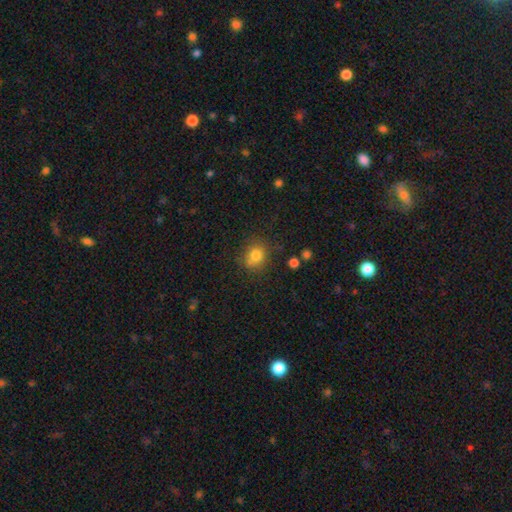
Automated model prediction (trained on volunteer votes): Smooth or featured?
  - smooth: 81% *
  - star or artifact: 12%
  - featured or disk: 8%
How rounded?
  - round: 71% *
  - in between: 28%
  - cigar-shaped: 1%
Merging?
  - none: 72% *
  - minor disturbance: 18%
  - major disturbance: 5%
  - merger: 4%